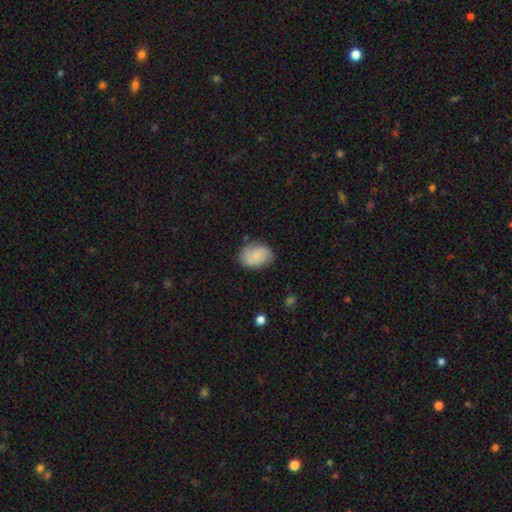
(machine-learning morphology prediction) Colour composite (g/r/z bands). It shows a smooth galaxy with no disk features (73%) that is in between round and cigar-shaped (72%). Merging: none (74%).